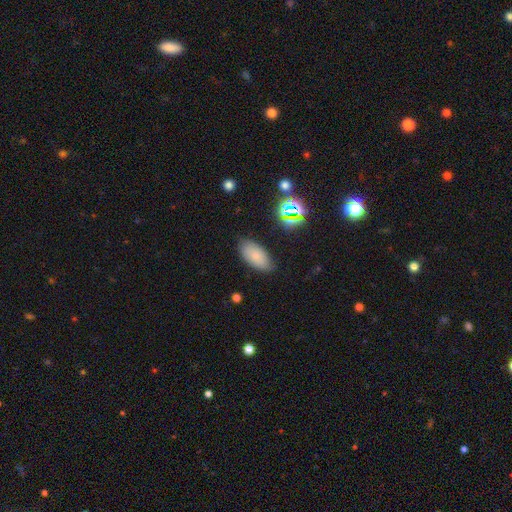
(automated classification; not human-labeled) Overall: smooth (73%). How rounded: in between (93%). Merging: none (79%).